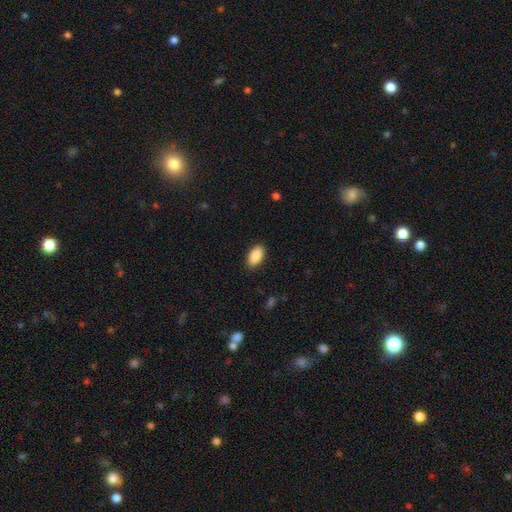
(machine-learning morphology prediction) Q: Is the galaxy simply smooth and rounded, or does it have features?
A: smooth — 89%.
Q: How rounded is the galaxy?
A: in between — 94%.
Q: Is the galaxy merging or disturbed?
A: none — 88%.